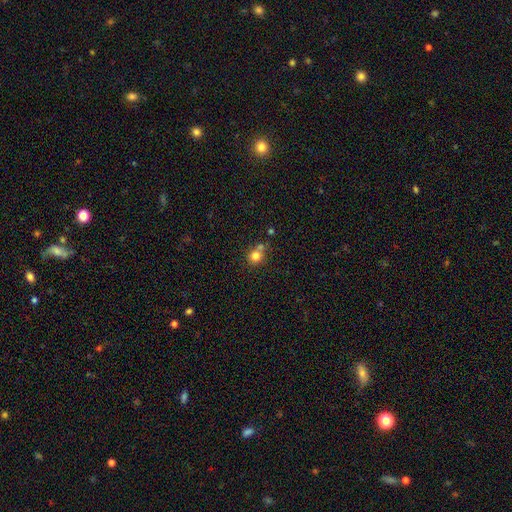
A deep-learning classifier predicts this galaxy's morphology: The model was most divided on "merging": none: 55%, merger: 31%, minor disturbance: 10%, major disturbance: 4%. More confident: how rounded — round (86%); smooth or featured — smooth (79%).